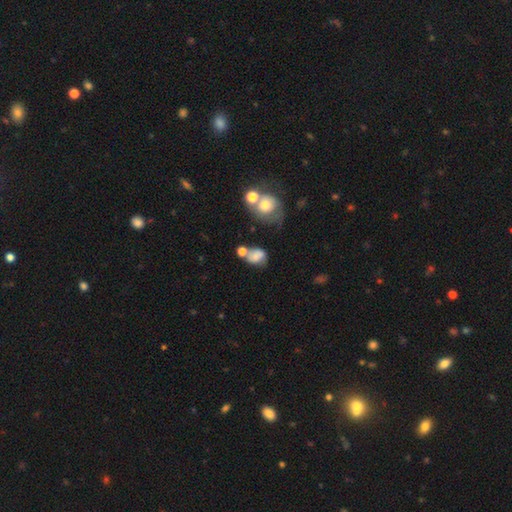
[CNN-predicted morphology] type=smooth (66%); roundness=in between (63%); merging=none (32%).